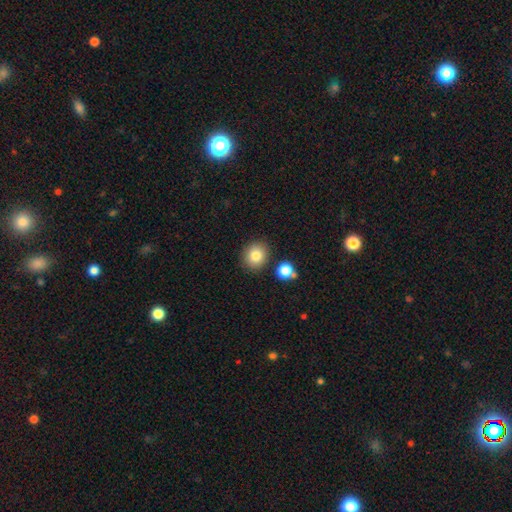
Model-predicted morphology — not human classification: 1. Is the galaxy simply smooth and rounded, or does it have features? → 82% smooth, 10% star or artifact, 7% featured or disk.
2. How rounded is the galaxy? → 80% round, 20% in between, 1% cigar-shaped.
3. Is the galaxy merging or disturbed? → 85% none, 8% minor disturbance, 5% merger, 2% major disturbance.